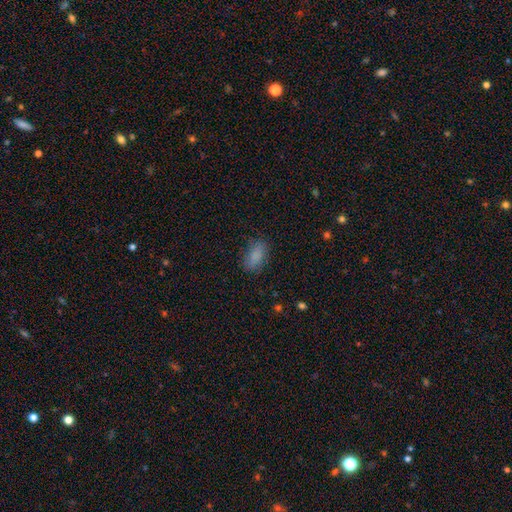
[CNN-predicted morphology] smooth_or_featured: smooth (p=0.84) [alt: star or artifact p=0.09]
how_rounded: in between (p=0.90) [alt: round p=0.05]
merging: none (p=0.78) [alt: minor disturbance p=0.16]